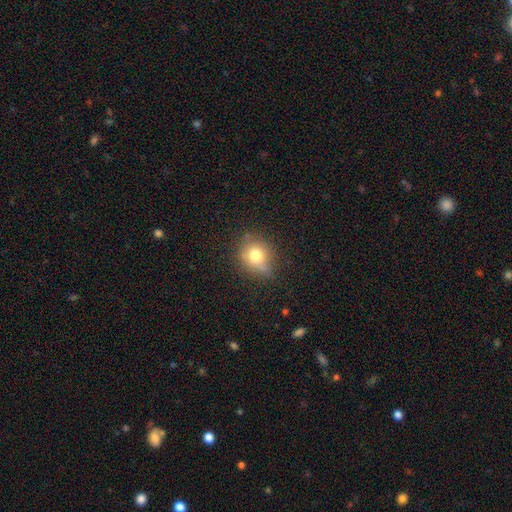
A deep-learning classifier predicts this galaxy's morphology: This appears to be a smooth galaxy with no disk features (72%) that is round (78%). Merging: none (63%).